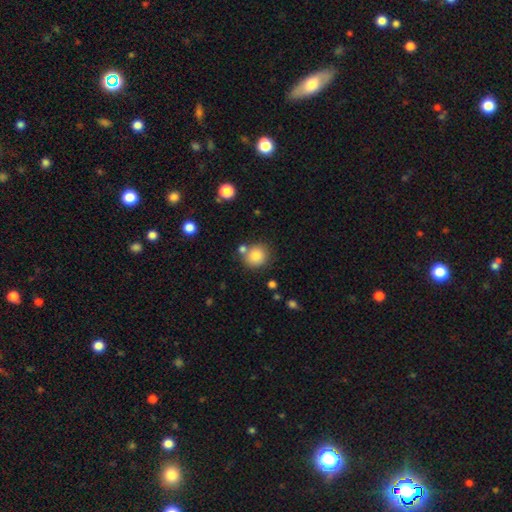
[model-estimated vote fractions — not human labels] Smooth or featured? smooth (83%)
How rounded? round (86%)
Merging? none (70%)